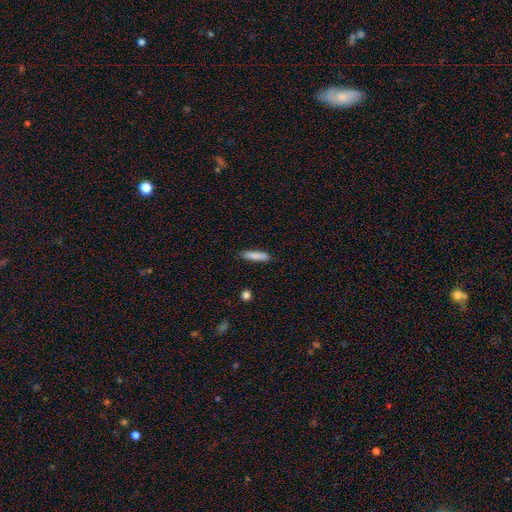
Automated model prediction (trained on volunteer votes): Overall: smooth (84%). How rounded: cigar-shaped (78%). Merging: none (84%).